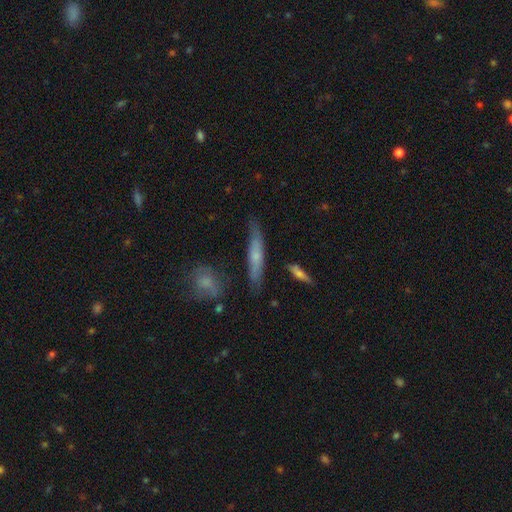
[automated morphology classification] A smooth galaxy with no disk features (54%) that is cigar-shaped (83%). Merging: none (71%).